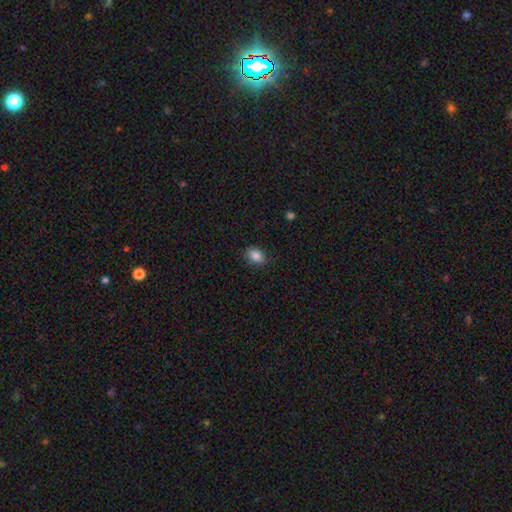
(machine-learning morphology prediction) Smooth or featured?
  - smooth: 86% *
  - star or artifact: 9%
  - featured or disk: 5%
How rounded?
  - in between: 74% *
  - round: 25%
  - cigar-shaped: 1%
Merging?
  - none: 86% *
  - minor disturbance: 10%
  - major disturbance: 2%
  - merger: 1%